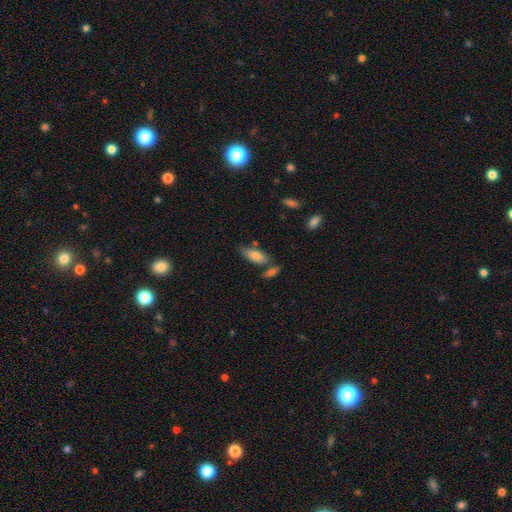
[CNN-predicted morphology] Smooth or featured? Predicted: smooth (p=0.78). How rounded? Predicted: in between (p=0.73). Merging? Predicted: none (p=0.60).